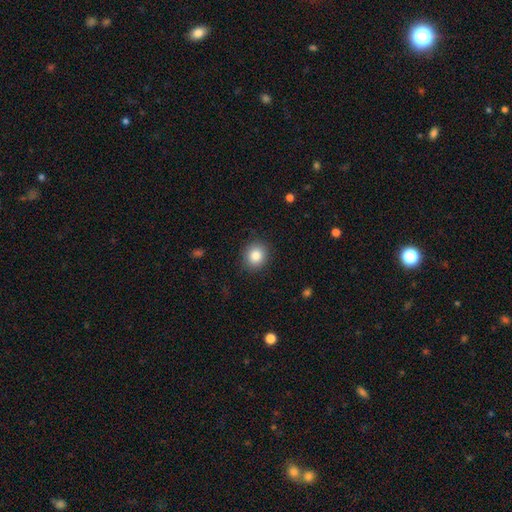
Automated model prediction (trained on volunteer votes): smooth 84%, star or artifact 10%, featured or disk 6%. Down the decision tree: how rounded — round (80%); merging — none (89%).